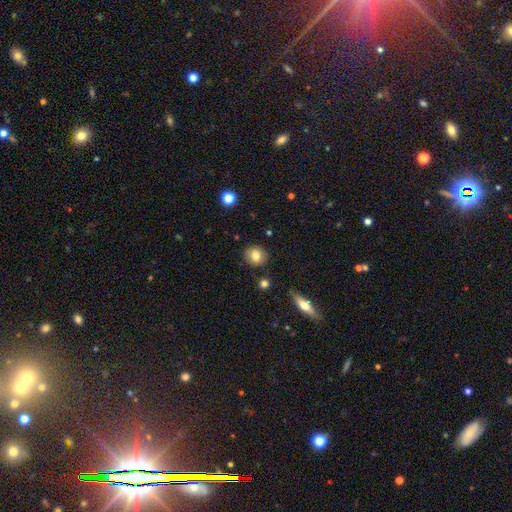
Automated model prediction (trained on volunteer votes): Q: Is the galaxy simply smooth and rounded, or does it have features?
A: smooth — 78%.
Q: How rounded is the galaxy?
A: round — 80%.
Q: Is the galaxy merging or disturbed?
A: none — 86%.